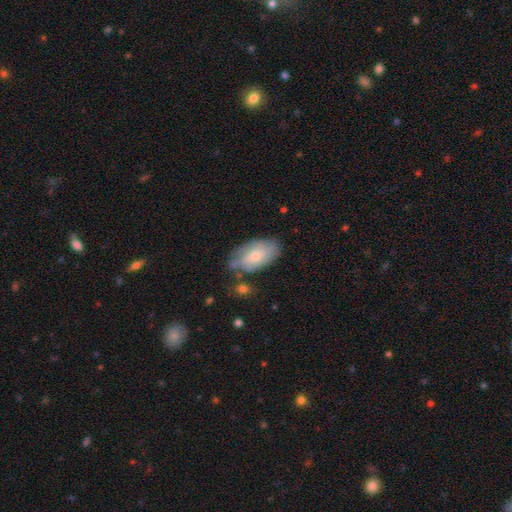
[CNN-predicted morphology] smooth-or-featured: smooth: 66% | featured or disk: 28% | star or artifact: 6%
  how-rounded: in between: 94% | round: 4% | cigar-shaped: 3%
  merging: none: 60% | minor disturbance: 27% | major disturbance: 8% | merger: 5%